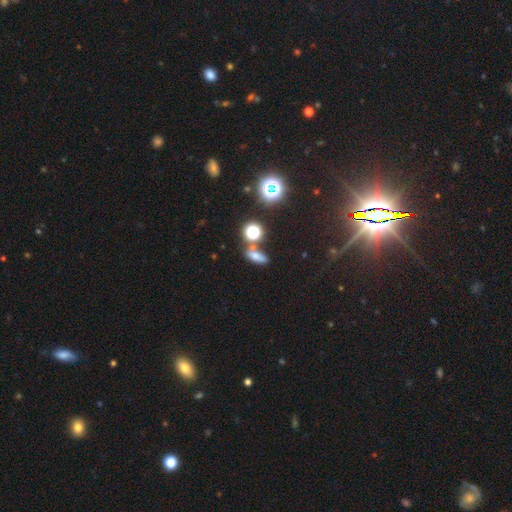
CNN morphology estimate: This appears to be a smooth galaxy with no disk features (59%) that is in between round and cigar-shaped (54%). Merging: none (62%).